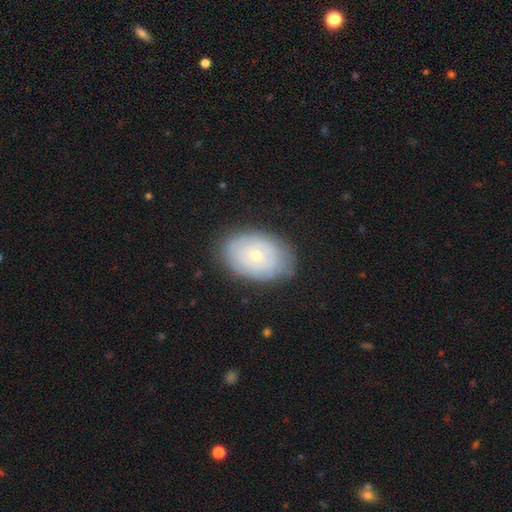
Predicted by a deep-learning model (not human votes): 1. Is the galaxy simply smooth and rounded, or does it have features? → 49% featured or disk, 44% smooth, 7% star or artifact.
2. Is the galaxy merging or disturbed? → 79% none, 16% minor disturbance, 4% major disturbance, 1% merger.